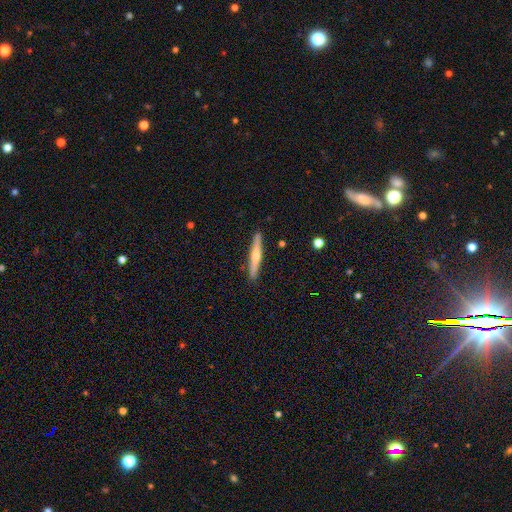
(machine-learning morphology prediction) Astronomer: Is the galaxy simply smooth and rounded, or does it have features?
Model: featured or disk — 55% (runner-up: smooth, 39%).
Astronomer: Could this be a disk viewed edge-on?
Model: yes — 97%.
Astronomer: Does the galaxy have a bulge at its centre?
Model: rounded — 82%.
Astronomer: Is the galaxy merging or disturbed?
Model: none — 90%.